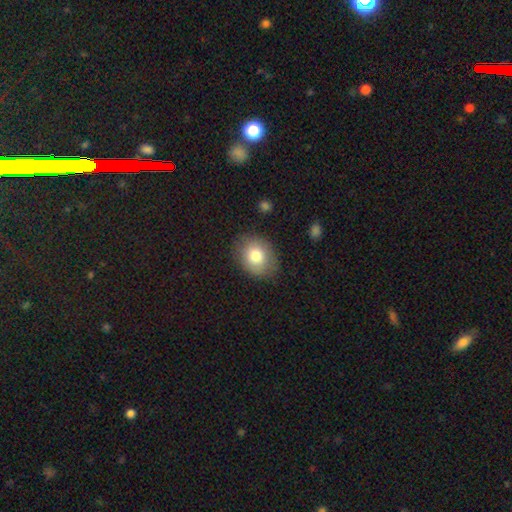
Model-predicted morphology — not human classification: Smooth or featured? smooth (79%)
How rounded? in between (50%)
Merging? none (81%)